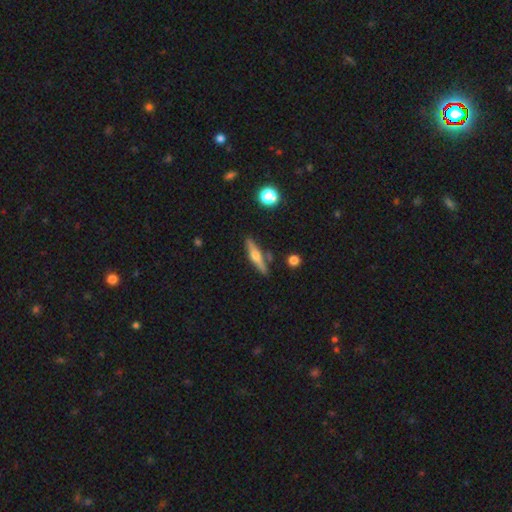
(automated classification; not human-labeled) A featured or disk galaxy (59%) viewed edge-on (96%) with a rounded central bulge (91%).

Vote fractions:
- Smooth or featured? featured or disk: 59% / smooth: 34% / star or artifact: 7%
- Edge-on disk? yes: 96% / no: 4%
- Edge-on bulge? rounded: 91% / boxy: 5% / none: 4%
- Merging? none: 84% / minor disturbance: 10% / merger: 4% / major disturbance: 2%